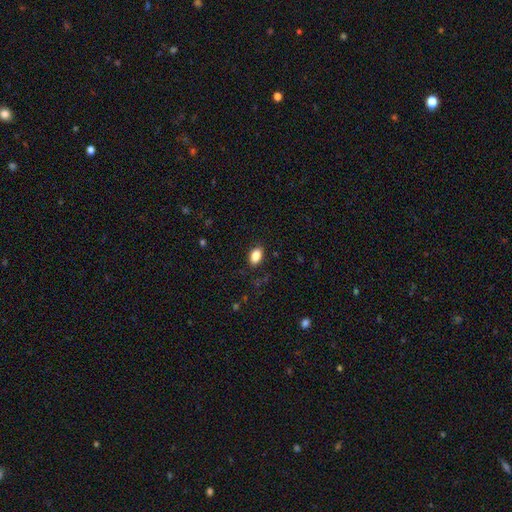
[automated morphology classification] Smooth or featured? Predicted: smooth (p=0.86). How rounded? Predicted: in between (p=0.86). Merging? Predicted: none (p=0.86).